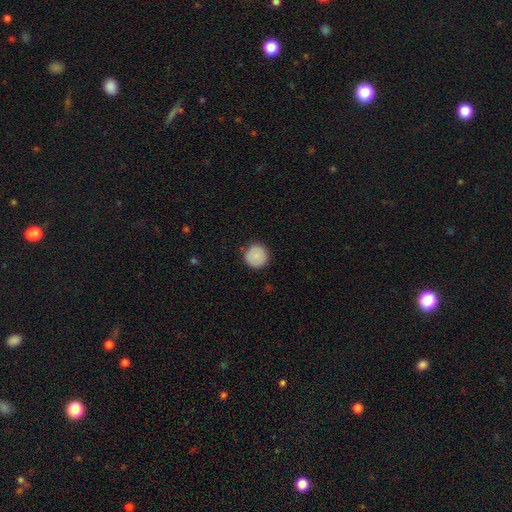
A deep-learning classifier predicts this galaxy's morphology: Overall: smooth (87%). How rounded: round (95%). Merging: none (89%).